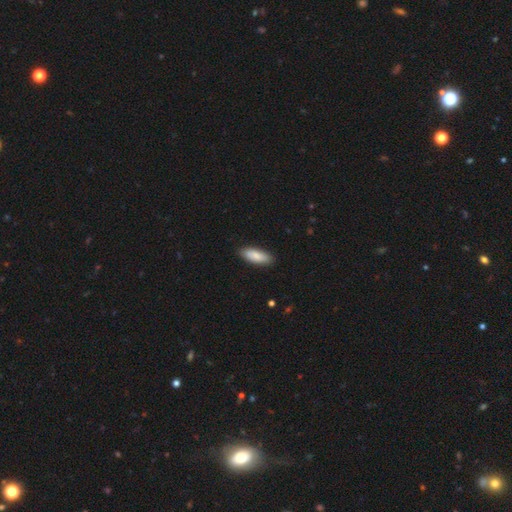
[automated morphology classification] Overall: smooth (85%). How rounded: in between (71%). Merging: none (86%).